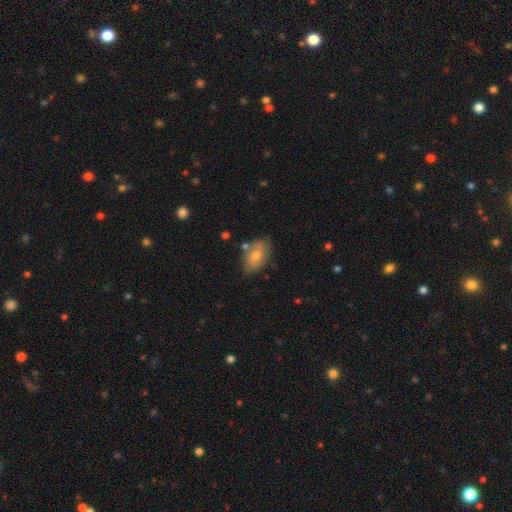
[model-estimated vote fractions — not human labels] This is likely a smooth galaxy (69%). How rounded: clearly in between (90%). Merging: likely none (66%).